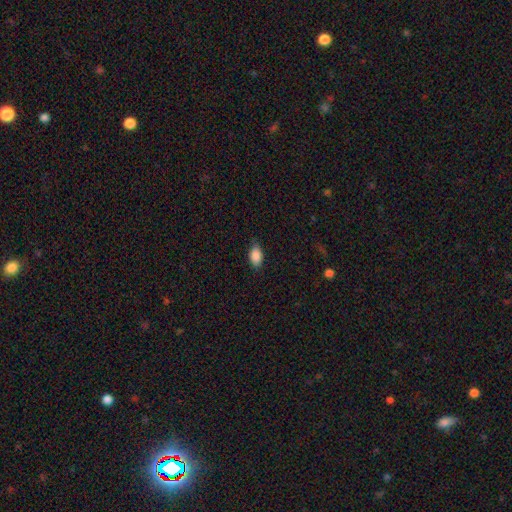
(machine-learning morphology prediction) This appears to be a smooth galaxy with no disk features (88%) that is in between round and cigar-shaped (90%). Merging: none (79%).